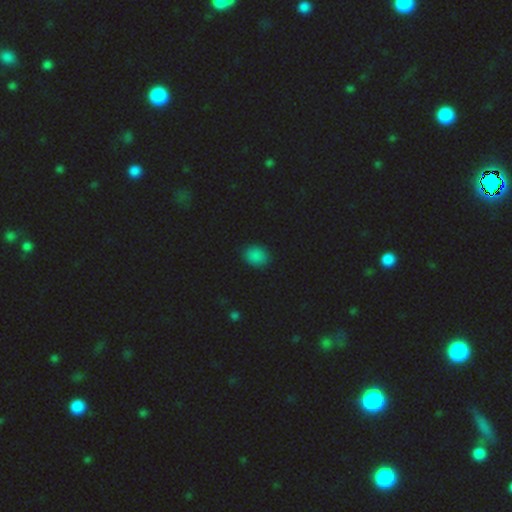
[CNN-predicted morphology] Smooth or featured? smooth (82%)
How rounded? in between (52%)
Merging? none (88%)